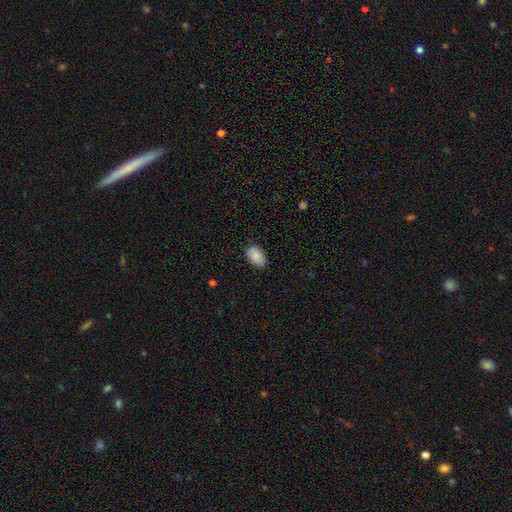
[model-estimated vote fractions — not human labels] A smooth galaxy with no disk features (86%) that is in between round and cigar-shaped (91%). Merging: none (83%).